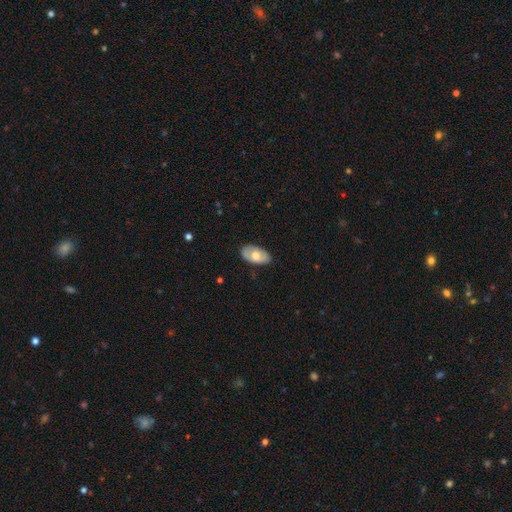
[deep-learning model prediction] Smooth or featured? smooth (61%)
How rounded? in between (94%)
Merging? none (81%)